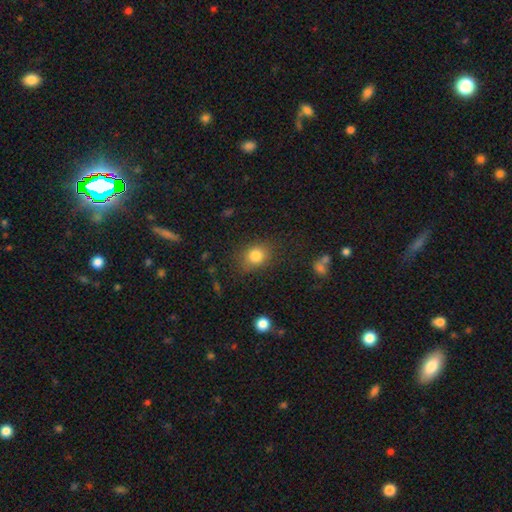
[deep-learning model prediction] This appears to be a smooth galaxy with no disk features (82%) that is round (56%). Merging: none (79%).